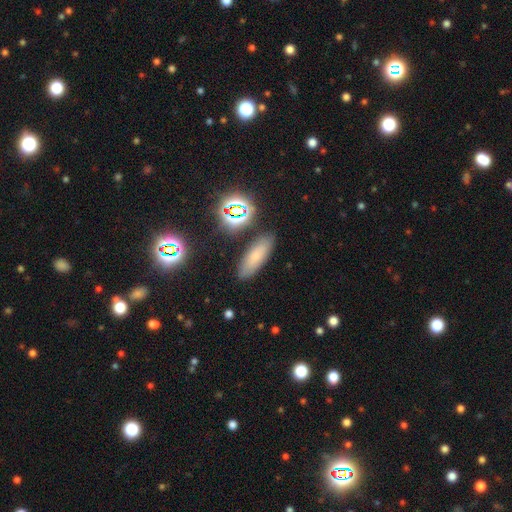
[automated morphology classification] A smooth galaxy with no disk features (66%) that is in between round and cigar-shaped (61%). Merging: none (85%).